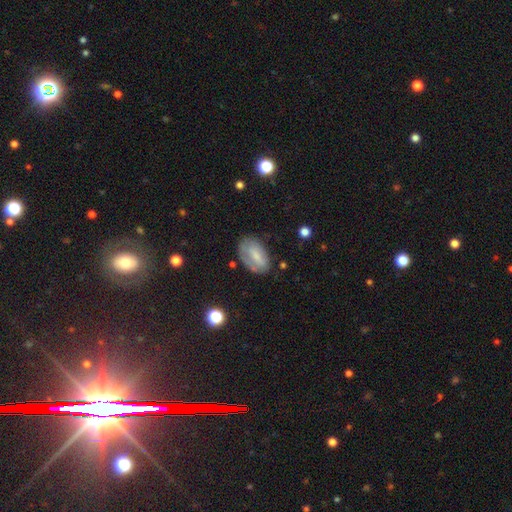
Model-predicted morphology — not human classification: Q: Smooth or featured?
A: smooth (60%); runner-up: featured or disk (33%)
Q: How rounded?
A: in between (91%); runner-up: round (6%)
Q: Merging?
A: none (66%); runner-up: minor disturbance (23%)